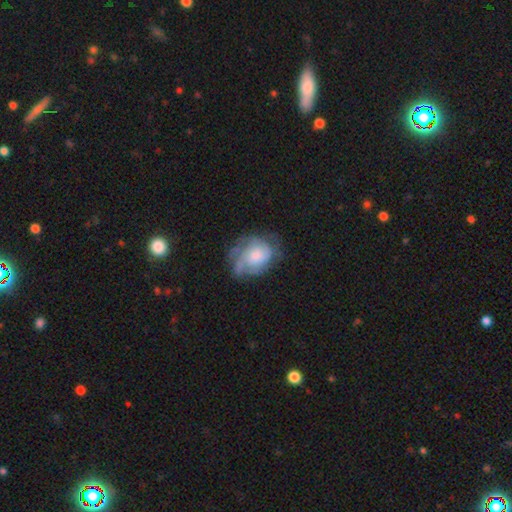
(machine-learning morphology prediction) Smooth or featured? featured or disk (67%)
Edge-on disk? no (97%)
Bar? no (76%)
Spiral arms? yes (86%)
Spiral winding? tight (53%)
Spiral arm count? can't tell (42%)
Bulge size? moderate (38%)
Merging? none (53%)